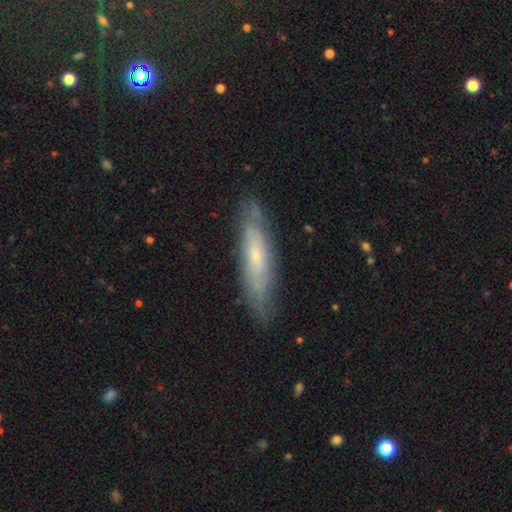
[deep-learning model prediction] Q: Smooth or featured?
A: featured or disk (54%); runner-up: smooth (39%)
Q: Edge-on disk?
A: yes (50%); tied with: no (50%)
Q: Merging?
A: none (79%); runner-up: minor disturbance (16%)